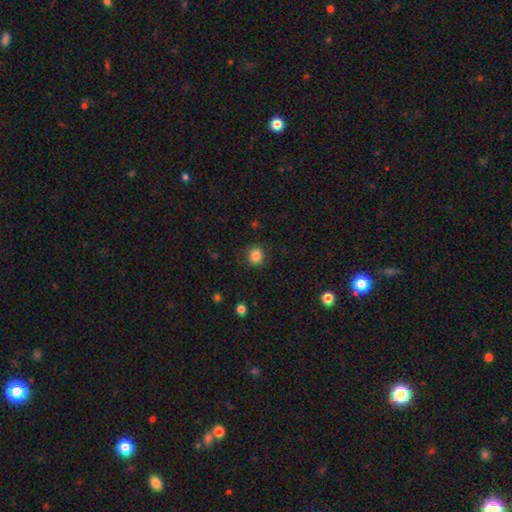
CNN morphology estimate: smooth-or-featured: smooth: 86% | star or artifact: 10% | featured or disk: 4%
  how-rounded: round: 83% | in between: 16% | cigar-shaped: 1%
  merging: none: 86% | minor disturbance: 9% | major disturbance: 3% | merger: 1%